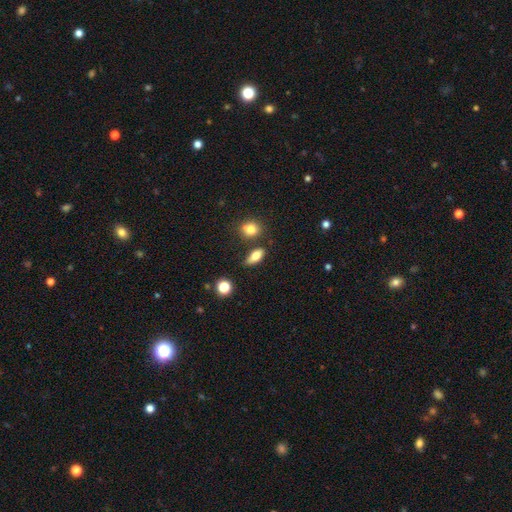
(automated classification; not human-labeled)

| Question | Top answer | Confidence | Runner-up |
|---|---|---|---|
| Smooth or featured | smooth | 74% | featured or disk (17%) |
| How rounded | in between | 80% | cigar-shaped (12%) |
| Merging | none | 69% | minor disturbance (16%) |